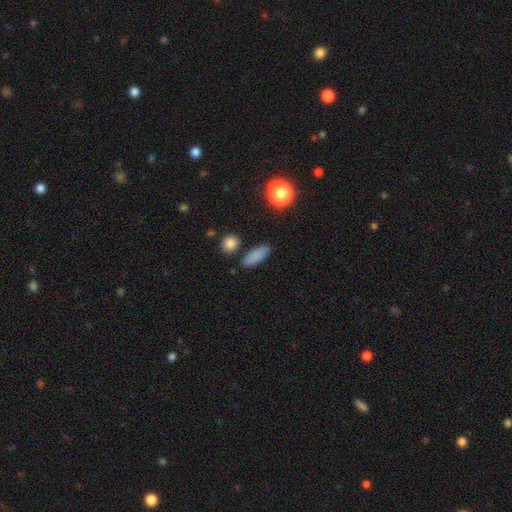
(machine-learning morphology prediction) This appears to be a smooth galaxy with no disk features (84%) that is in between round and cigar-shaped (67%). Merging: none (84%).